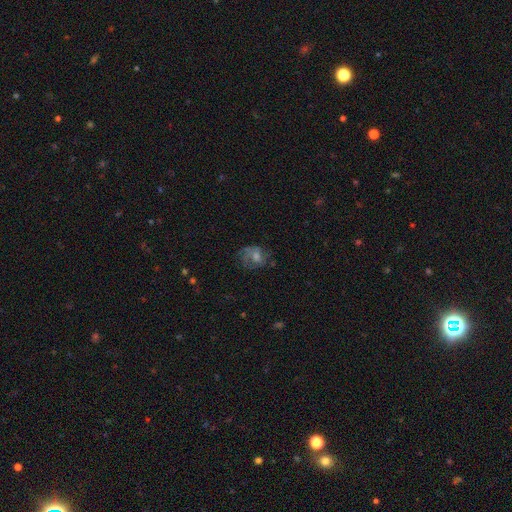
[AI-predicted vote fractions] Overall: featured or disk (52%; smooth 30%). Edge-on disk: no (96%). Bar: no (68%). Spiral arms: yes (72%). Bulge size: moderate (54%; small 28%). Merging: none (63%).